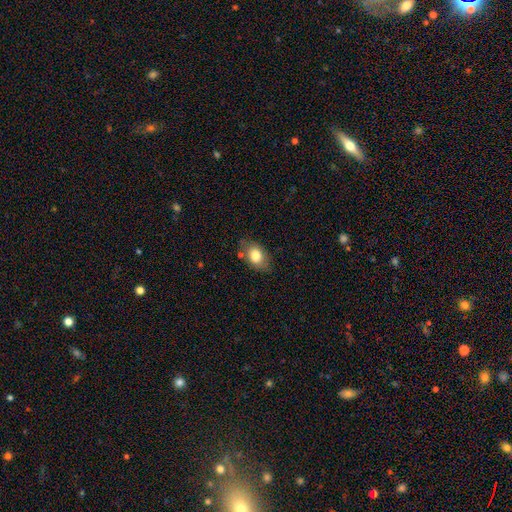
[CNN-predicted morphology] A smooth galaxy with no disk features (79%) that is in between round and cigar-shaped (84%).

Vote fractions:
- Smooth or featured? smooth: 79% / featured or disk: 13% / star or artifact: 8%
- How rounded? in between: 84% / round: 15% / cigar-shaped: 1%
- Merging? none: 74% / minor disturbance: 19% / major disturbance: 4% / merger: 3%